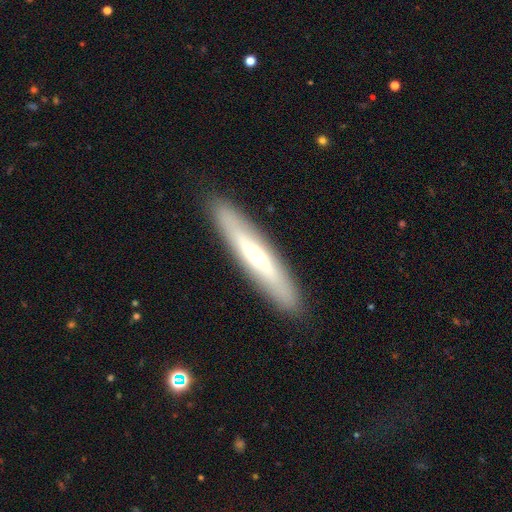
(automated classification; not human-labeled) Q: Smooth or featured?
A: featured or disk (52%); runner-up: smooth (42%)
Q: Edge-on disk?
A: yes (74%); runner-up: no (26%)
Q: Merging?
A: none (90%); runner-up: minor disturbance (7%)